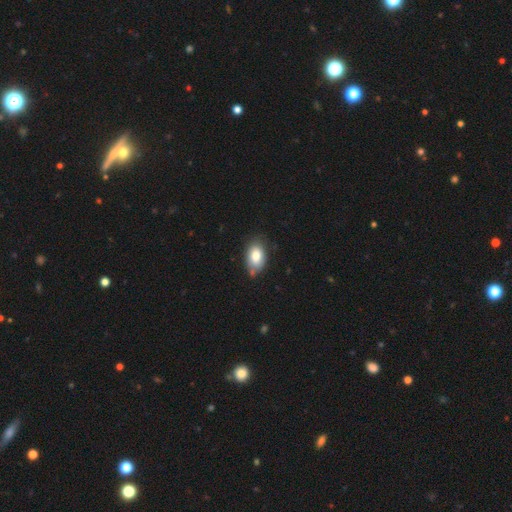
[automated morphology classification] Overall: smooth (81%). How rounded: in between (89%). Merging: none (68%).